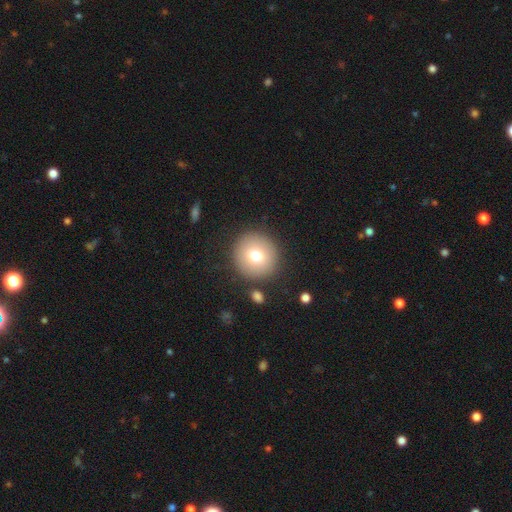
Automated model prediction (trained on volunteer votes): Smooth or featured? smooth (73%)
How rounded? round (94%)
Merging? none (87%)